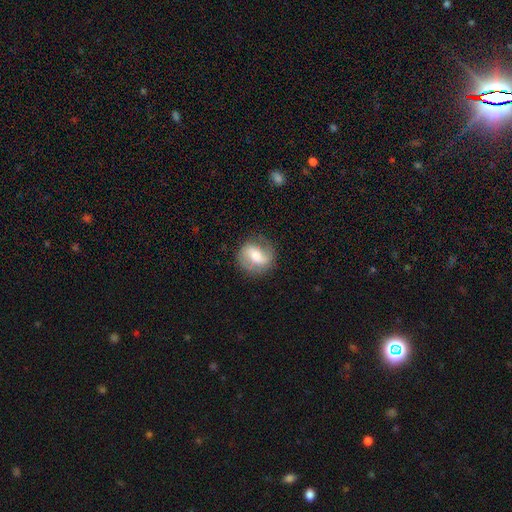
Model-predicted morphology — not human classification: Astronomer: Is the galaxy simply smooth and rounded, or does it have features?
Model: featured or disk — 61%.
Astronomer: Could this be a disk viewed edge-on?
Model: no — 95%.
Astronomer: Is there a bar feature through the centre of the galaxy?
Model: weak — 42% (runner-up: strong, 32%).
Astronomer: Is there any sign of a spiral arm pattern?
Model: yes — 78%.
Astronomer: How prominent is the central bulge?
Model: moderate — 61%.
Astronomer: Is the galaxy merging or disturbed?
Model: none — 77%.